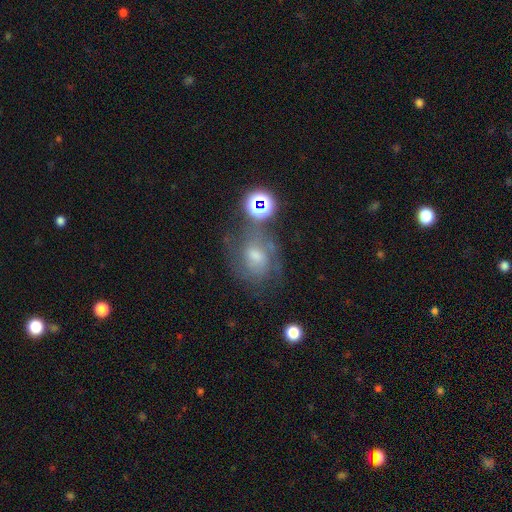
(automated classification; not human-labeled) A featured or disk galaxy (59%) with no bar (50%), spiral arms (85%) and a moderate central bulge (47%). Merging: none (60%).